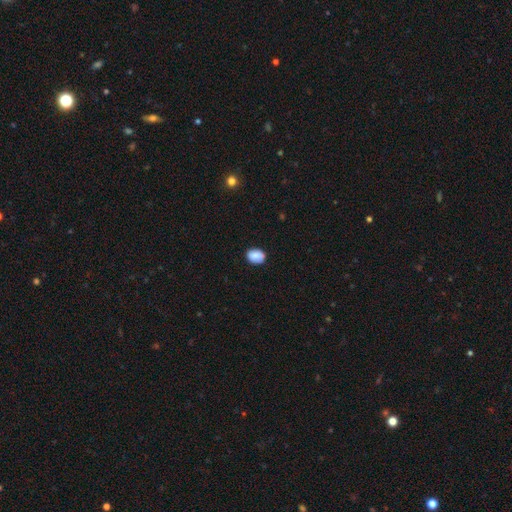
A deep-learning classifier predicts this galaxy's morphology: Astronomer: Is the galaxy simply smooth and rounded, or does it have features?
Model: smooth — 85%.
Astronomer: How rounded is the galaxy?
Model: in between — 64%.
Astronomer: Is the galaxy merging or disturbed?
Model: none — 82%.